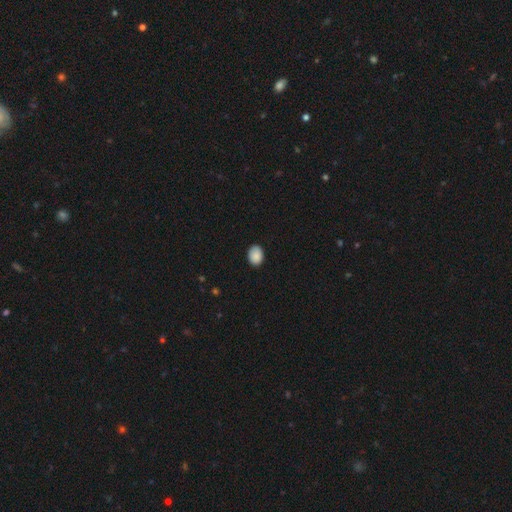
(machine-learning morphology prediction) This is clearly a smooth galaxy (89%). How rounded: likely in between (68%). Merging: clearly none (86%).